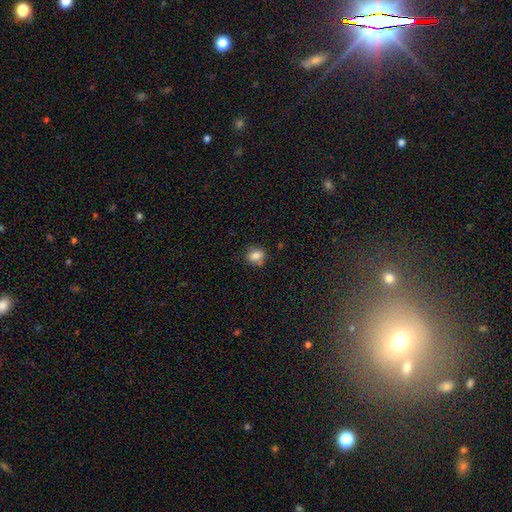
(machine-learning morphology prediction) smooth 81%, star or artifact 11%, featured or disk 8%. Down the decision tree: how rounded — round (56%); merging — none (70%).